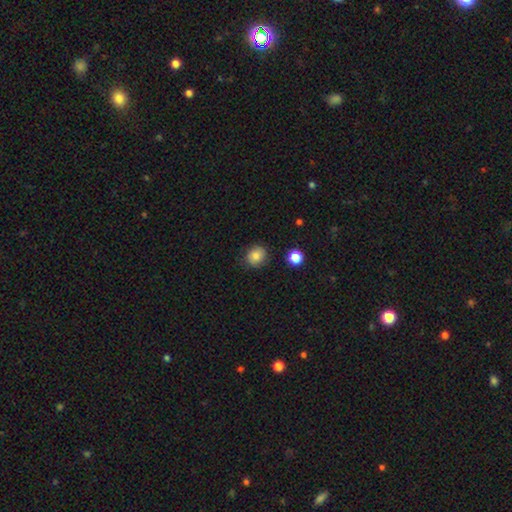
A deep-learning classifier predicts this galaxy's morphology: A smooth galaxy with no disk features (79%) that is round (78%).

Vote fractions:
- Smooth or featured? smooth: 79% / star or artifact: 11% / featured or disk: 10%
- How rounded? round: 78% / in between: 21% / cigar-shaped: 1%
- Merging? none: 82% / minor disturbance: 13% / major disturbance: 3% / merger: 2%